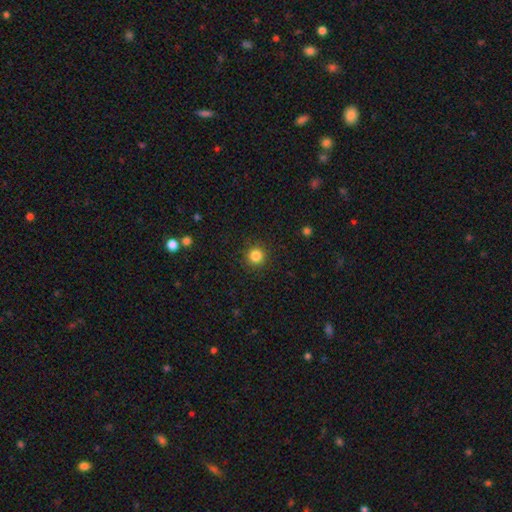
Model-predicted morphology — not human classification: A smooth galaxy with no disk features (84%) that is round (95%). Merging: none (91%).